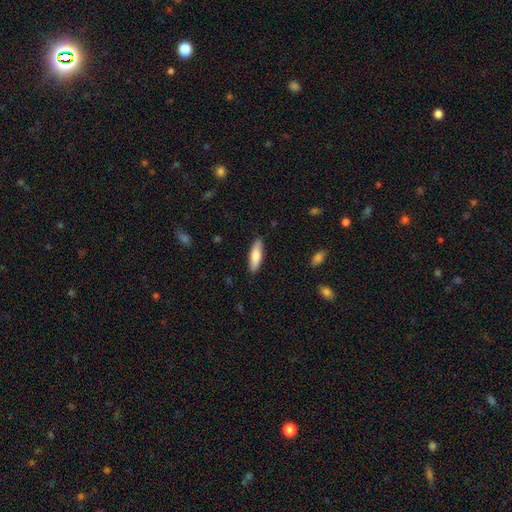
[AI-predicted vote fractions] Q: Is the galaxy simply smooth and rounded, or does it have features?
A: smooth — 76%.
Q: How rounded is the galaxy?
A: cigar-shaped — 54%.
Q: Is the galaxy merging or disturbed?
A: none — 88%.